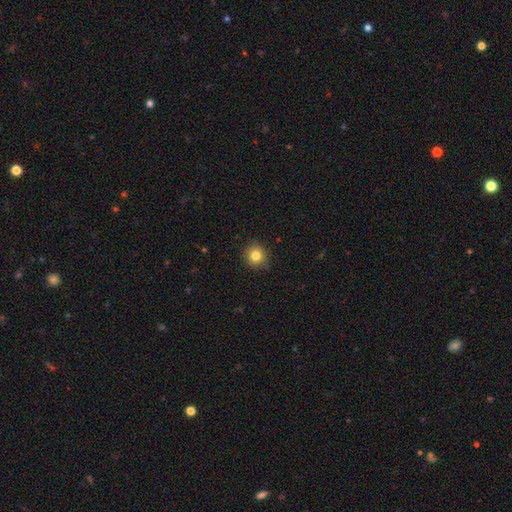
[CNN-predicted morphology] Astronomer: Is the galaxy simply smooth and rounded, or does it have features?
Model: smooth — 83%.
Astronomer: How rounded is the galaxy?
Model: round — 91%.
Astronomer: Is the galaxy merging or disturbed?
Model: none — 87%.